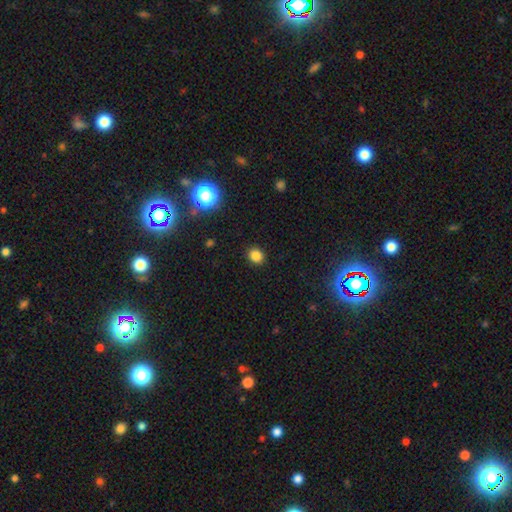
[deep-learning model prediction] smooth 84%, star or artifact 13%, featured or disk 4%. Down the decision tree: how rounded — round (73%); merging — none (91%).